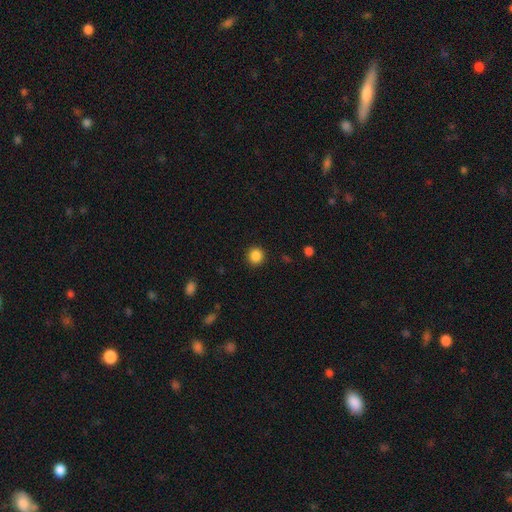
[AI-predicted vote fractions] Smooth or featured? Predicted: smooth (p=0.86). How rounded? Predicted: round (p=0.92). Merging? Predicted: none (p=0.91).